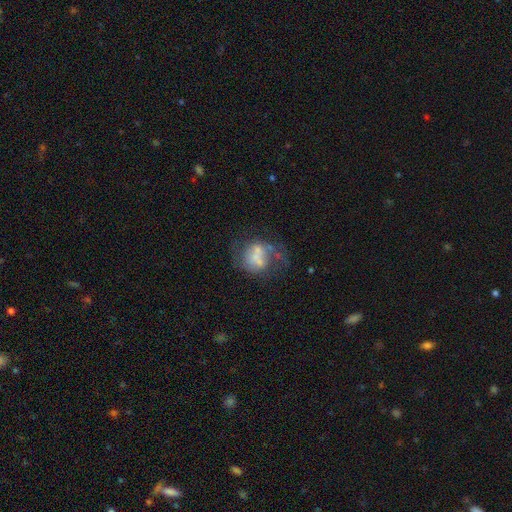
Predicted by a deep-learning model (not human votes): smooth_or_featured: featured or disk (p=0.52) [alt: smooth p=0.37]
disk_edge_on: no (p=0.98) [alt: yes p=0.02]
bar: no (p=0.73) [alt: weak p=0.19]
has_spiral_arms: no (p=0.66) [alt: yes p=0.34]
bulge_size: none (p=0.36) [alt: small p=0.26]
merging: none (p=0.34) [alt: major disturbance p=0.29]